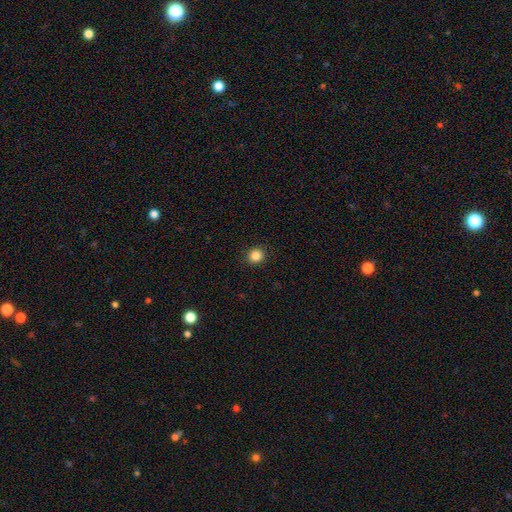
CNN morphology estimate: The model was most divided on "how rounded": round: 84%, in between: 15%, cigar-shaped: 1%. More confident: merging — none (91%); smooth or featured — smooth (85%).